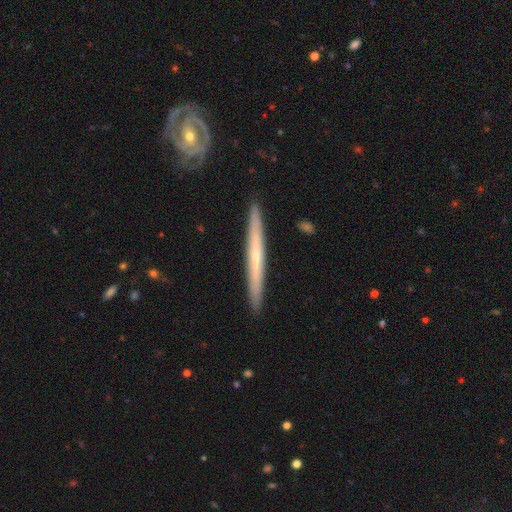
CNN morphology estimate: featured or disk 58%, smooth 36%, star or artifact 6%. Down the decision tree: edge-on disk — yes (95%); edge-on bulge — none (65%); merging — none (91%).